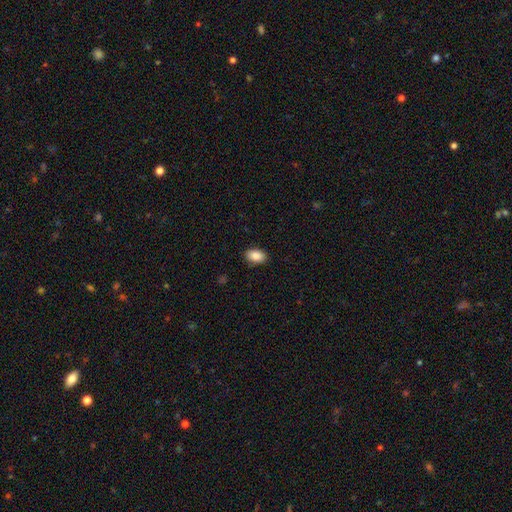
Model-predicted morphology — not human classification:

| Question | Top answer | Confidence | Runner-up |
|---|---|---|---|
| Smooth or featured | smooth | 89% | star or artifact (7%) |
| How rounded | in between | 89% | round (10%) |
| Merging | none | 87% | minor disturbance (10%) |